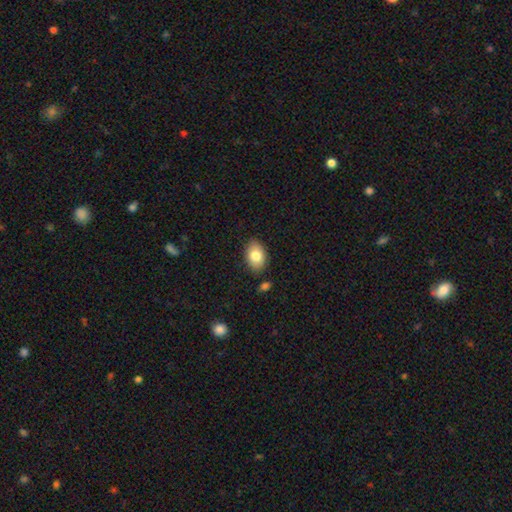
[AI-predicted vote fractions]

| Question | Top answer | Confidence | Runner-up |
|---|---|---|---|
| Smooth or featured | smooth | 81% | featured or disk (12%) |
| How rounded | in between | 84% | round (14%) |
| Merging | none | 84% | minor disturbance (11%) |